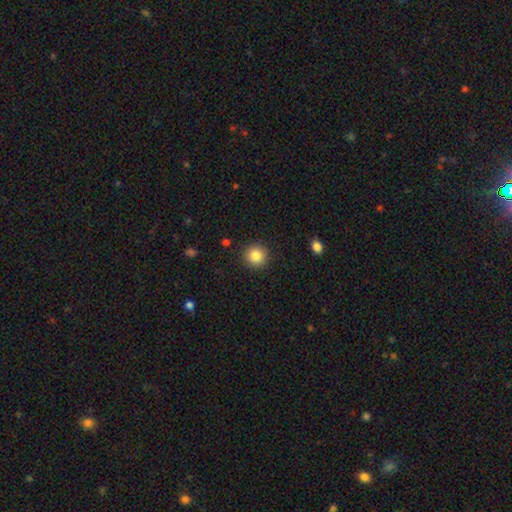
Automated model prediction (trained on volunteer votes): This is clearly a smooth galaxy (85%). How rounded: clearly round (94%). Merging: clearly none (91%).